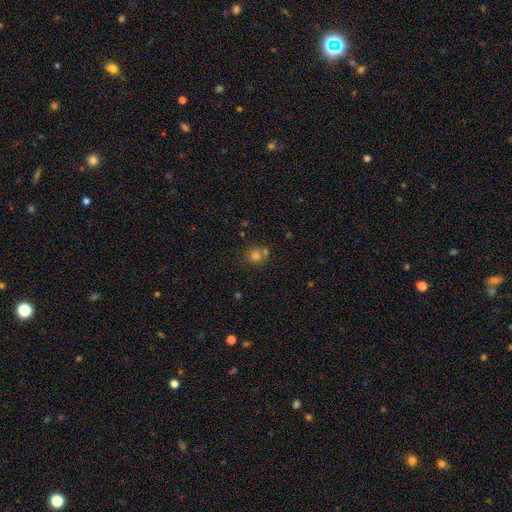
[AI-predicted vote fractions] Smooth or featured?
  - smooth: 75% *
  - star or artifact: 15%
  - featured or disk: 10%
How rounded?
  - round: 85% *
  - in between: 14%
  - cigar-shaped: 1%
Merging?
  - none: 53% *
  - merger: 34%
  - minor disturbance: 9%
  - major disturbance: 3%